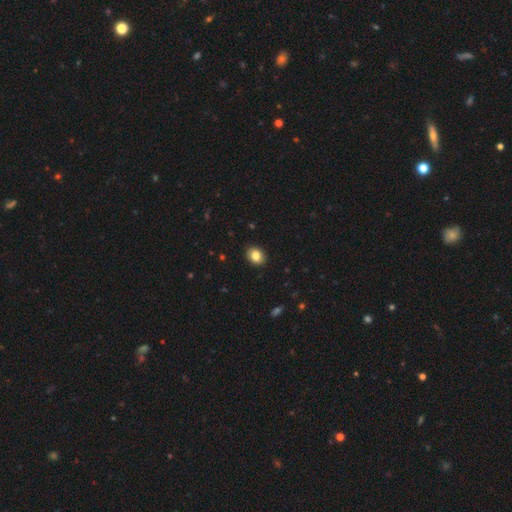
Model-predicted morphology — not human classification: Q: Smooth or featured?
A: smooth (83%); runner-up: star or artifact (9%)
Q: How rounded?
A: in between (51%); runner-up: round (48%)
Q: Merging?
A: none (91%); runner-up: minor disturbance (7%)